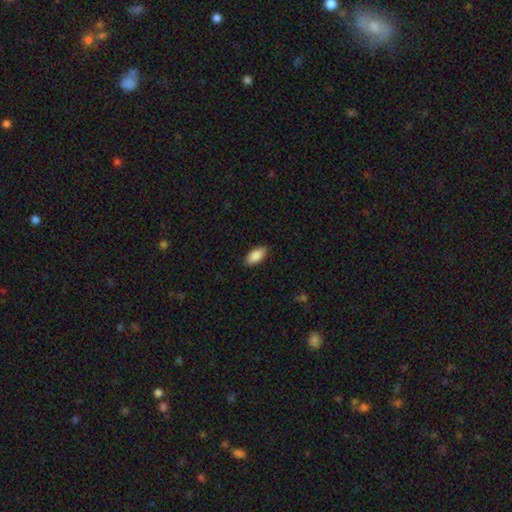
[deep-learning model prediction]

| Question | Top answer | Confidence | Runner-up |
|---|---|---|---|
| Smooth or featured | smooth | 89% | star or artifact (6%) |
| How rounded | in between | 94% | cigar-shaped (4%) |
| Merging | none | 89% | minor disturbance (9%) |